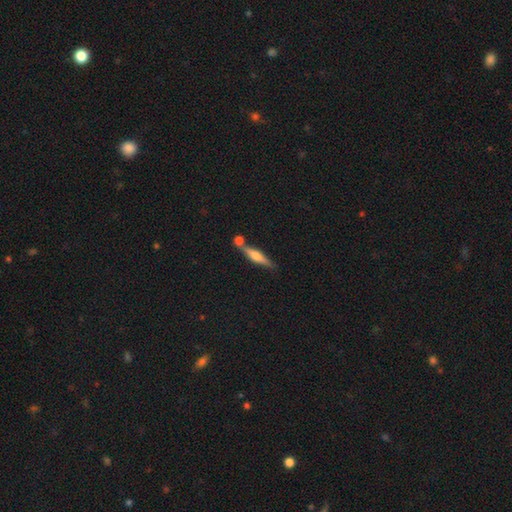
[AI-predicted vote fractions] A featured or disk galaxy (56%) viewed edge-on (95%) with a rounded central bulge (83%).

Vote fractions:
- Smooth or featured? featured or disk: 56% / smooth: 37% / star or artifact: 7%
- Edge-on disk? yes: 95% / no: 5%
- Edge-on bulge? rounded: 83% / boxy: 11% / none: 6%
- Merging? none: 66% / merger: 21% / minor disturbance: 10% / major disturbance: 3%